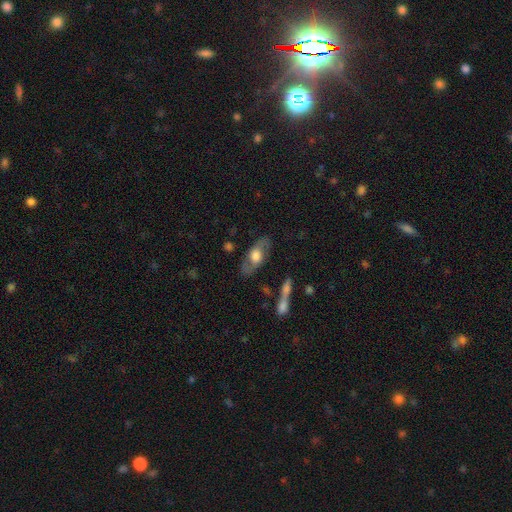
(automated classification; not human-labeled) The model was most divided on "smooth or featured": featured or disk: 53%, smooth: 41%, star or artifact: 6%. More confident: merging — none (77%); edge-on disk — no (70%).